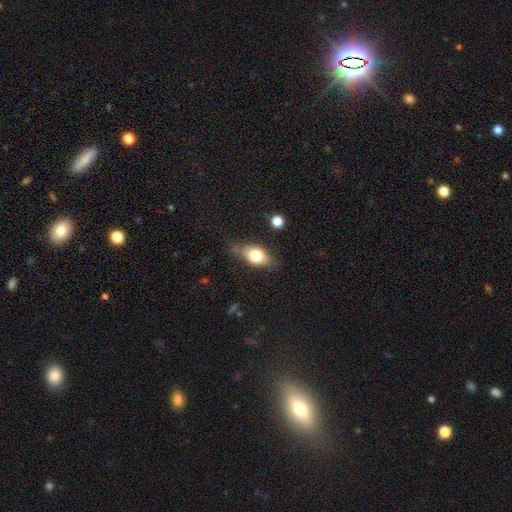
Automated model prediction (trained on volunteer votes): Smooth or featured? smooth (71%)
How rounded? in between (82%)
Merging? none (65%)